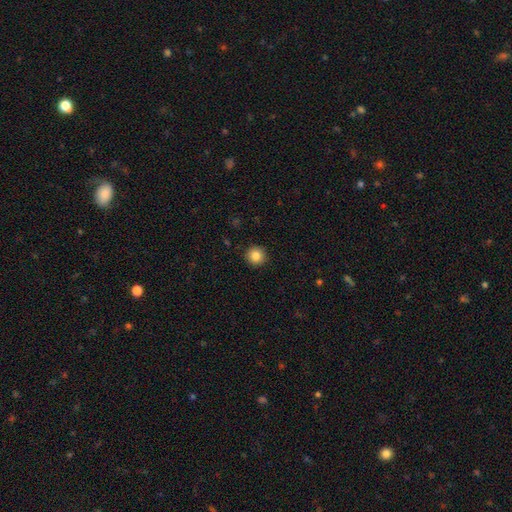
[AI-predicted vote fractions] This is clearly a smooth galaxy (85%). How rounded: clearly round (95%). Merging: clearly none (92%).